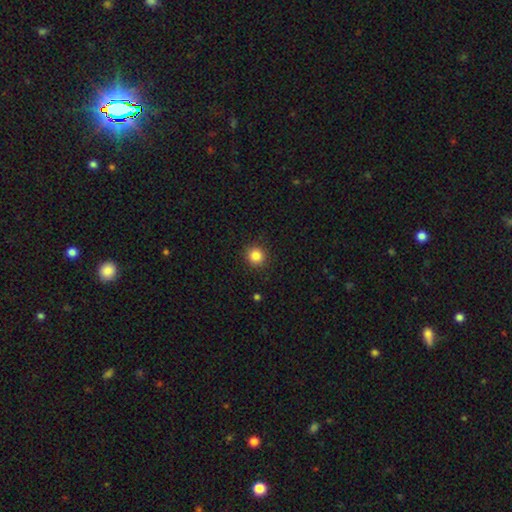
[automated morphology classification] This is clearly a smooth galaxy (85%). How rounded: clearly round (92%). Merging: clearly none (91%).